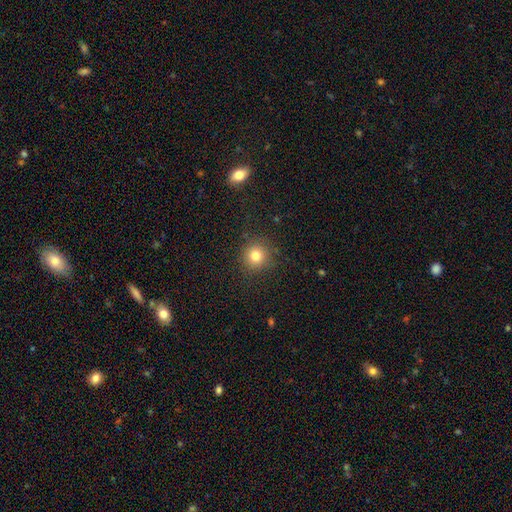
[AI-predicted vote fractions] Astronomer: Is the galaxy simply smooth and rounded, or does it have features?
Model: smooth — 80%.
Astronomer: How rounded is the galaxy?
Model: round — 93%.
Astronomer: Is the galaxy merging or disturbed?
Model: none — 88%.